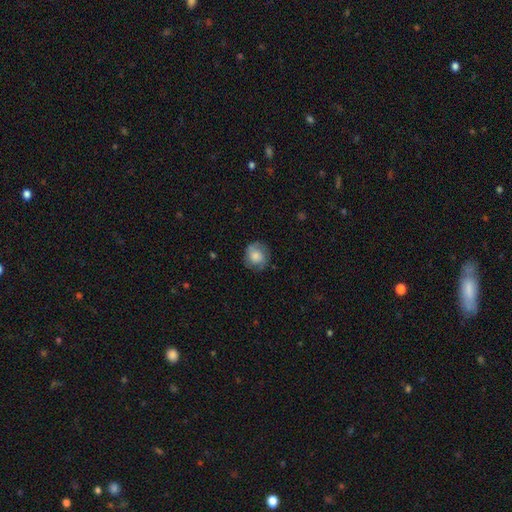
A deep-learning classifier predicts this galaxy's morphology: This appears to be a smooth galaxy with no disk features (69%) that is round (85%). Merging: none (74%).